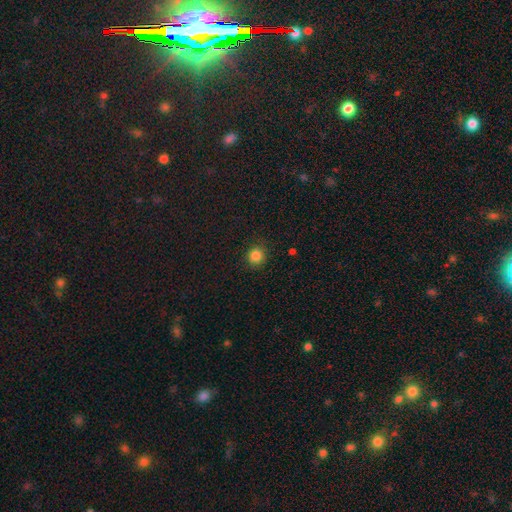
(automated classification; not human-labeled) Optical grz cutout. It shows a smooth galaxy with no disk features (85%) that is round (91%). Merging: none (88%).